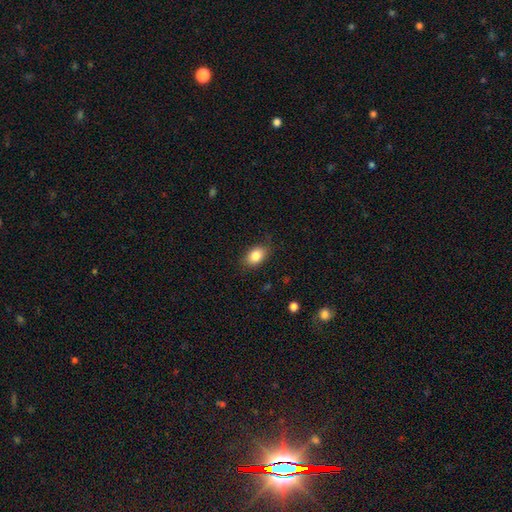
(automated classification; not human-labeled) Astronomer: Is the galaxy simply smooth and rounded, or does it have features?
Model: smooth — 84%.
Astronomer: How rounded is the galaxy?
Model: in between — 84%.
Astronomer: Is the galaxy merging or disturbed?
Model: none — 83%.